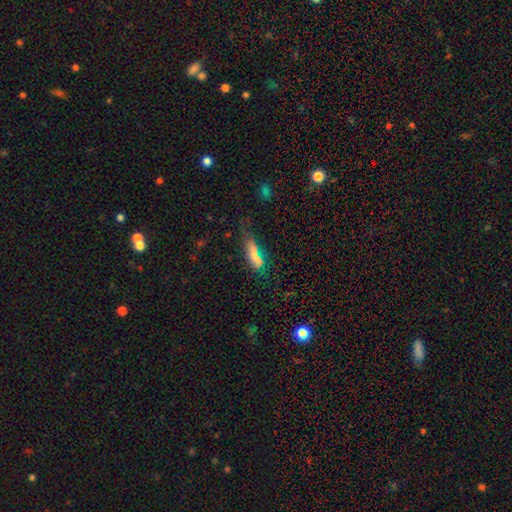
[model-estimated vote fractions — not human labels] This is likely a smooth galaxy (68%). How rounded: possibly cigar-shaped (53%). Merging: possibly none (52%).